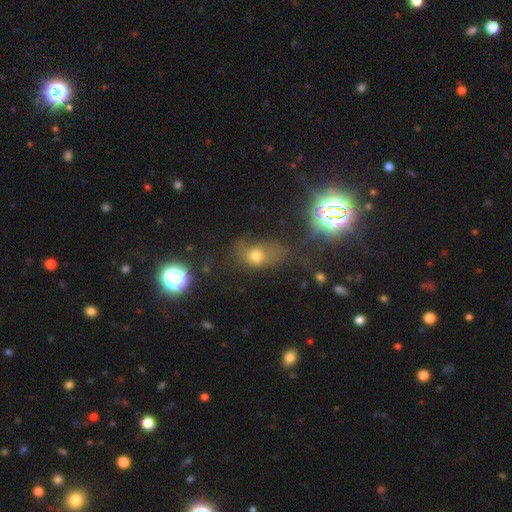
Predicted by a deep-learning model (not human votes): This appears to be a smooth galaxy with no disk features (57%) that is in between round and cigar-shaped (64%). Merging: major disturbance (39%).